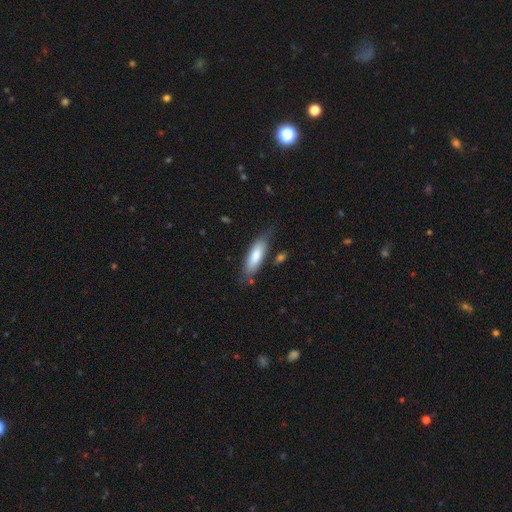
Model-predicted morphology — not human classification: A smooth galaxy with no disk features (76%) that is in between round and cigar-shaped (55%).

Vote fractions:
- Smooth or featured? smooth: 76% / featured or disk: 18% / star or artifact: 6%
- How rounded? in between: 55% / cigar-shaped: 43% / round: 2%
- Merging? none: 69% / minor disturbance: 21% / major disturbance: 6% / merger: 4%